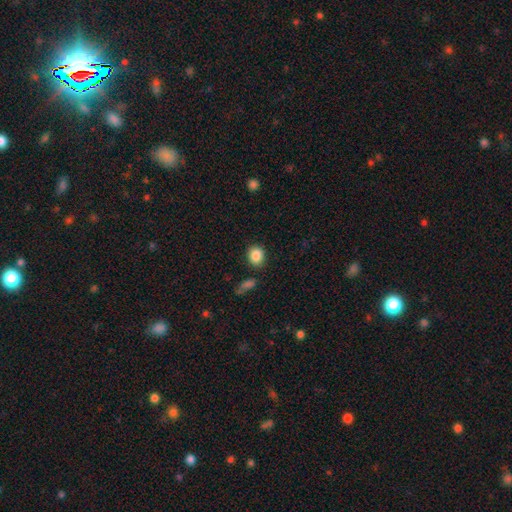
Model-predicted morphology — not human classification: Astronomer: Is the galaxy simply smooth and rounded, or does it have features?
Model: smooth — 87%.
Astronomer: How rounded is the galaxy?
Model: round — 65%.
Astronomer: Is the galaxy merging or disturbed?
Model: none — 84%.